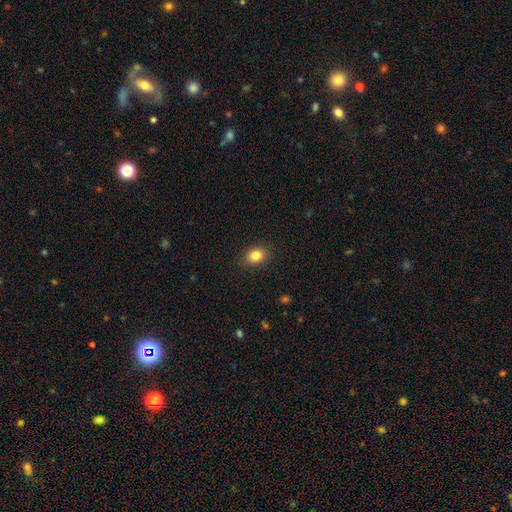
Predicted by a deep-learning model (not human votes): smooth 84%, star or artifact 10%, featured or disk 6%. Down the decision tree: how rounded — in between (58%); merging — none (88%).